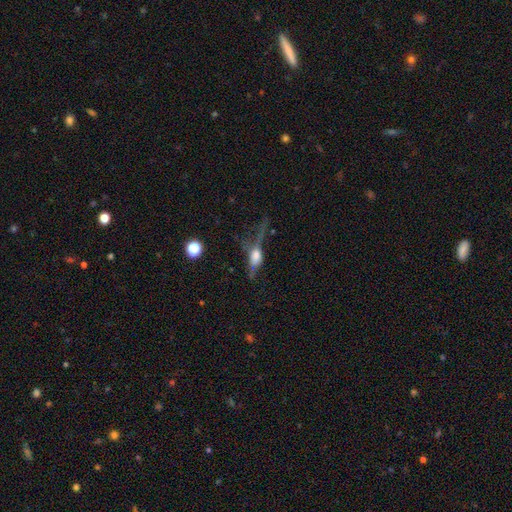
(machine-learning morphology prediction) type=featured or disk (50%); merging=major disturbance (43%).